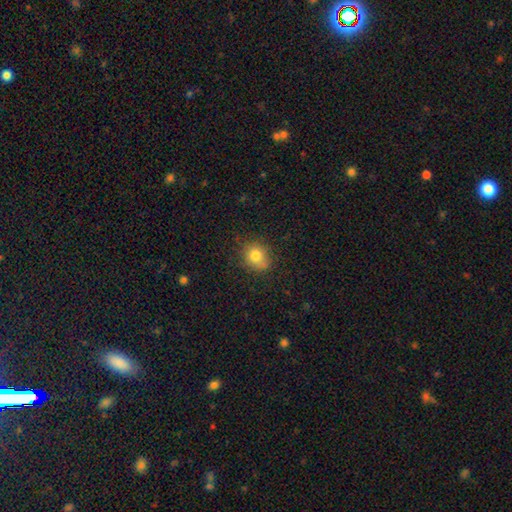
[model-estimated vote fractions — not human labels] Q: Smooth or featured?
A: smooth (80%); runner-up: star or artifact (12%)
Q: How rounded?
A: round (69%); runner-up: in between (30%)
Q: Merging?
A: none (77%); runner-up: minor disturbance (17%)